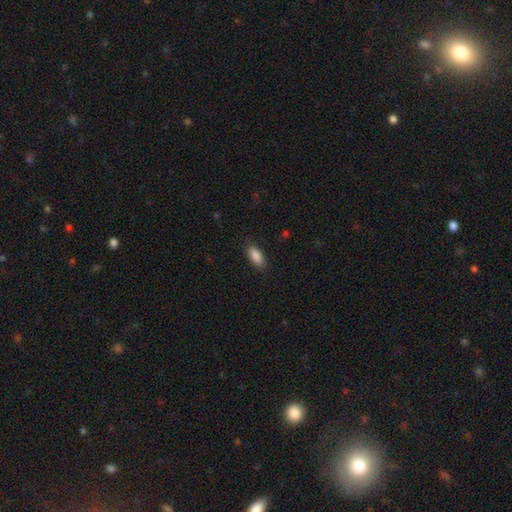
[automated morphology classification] type=smooth (88%); roundness=in between (86%); merging=none (86%).